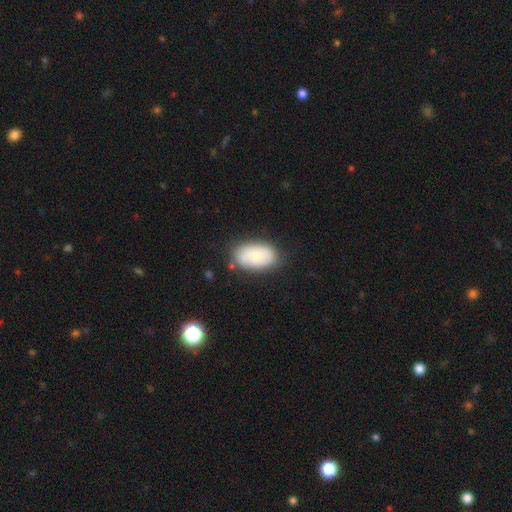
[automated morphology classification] This is likely a smooth galaxy (80%). How rounded: clearly in between (93%). Merging: likely none (75%).